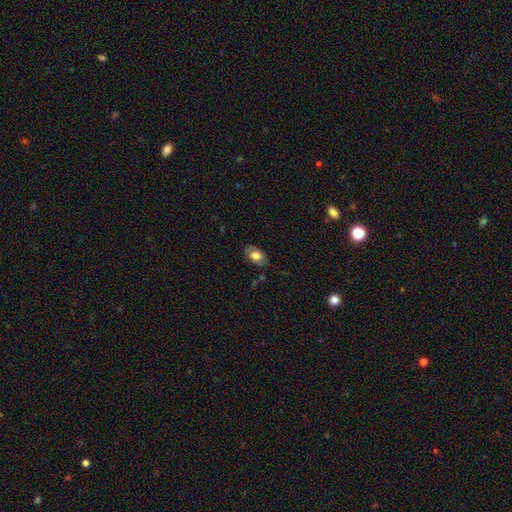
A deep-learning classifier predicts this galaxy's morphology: This appears to be a smooth galaxy with no disk features (70%) that is in between round and cigar-shaped (87%). Merging: none (75%).